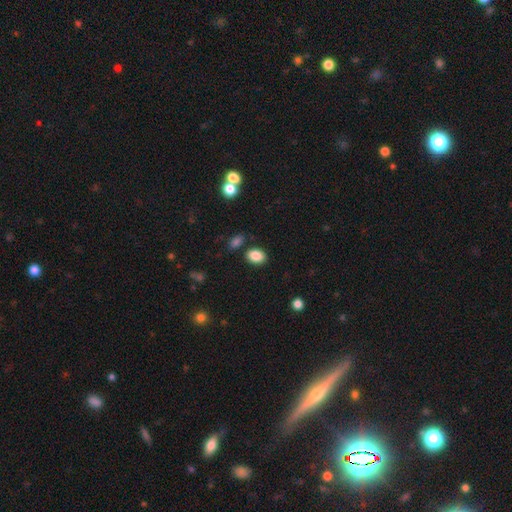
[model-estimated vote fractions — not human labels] Smooth or featured: smooth — 87% (star or artifact — 9%)
How rounded: in between — 72% (round — 27%)
Merging: none — 81% (minor disturbance — 11%)